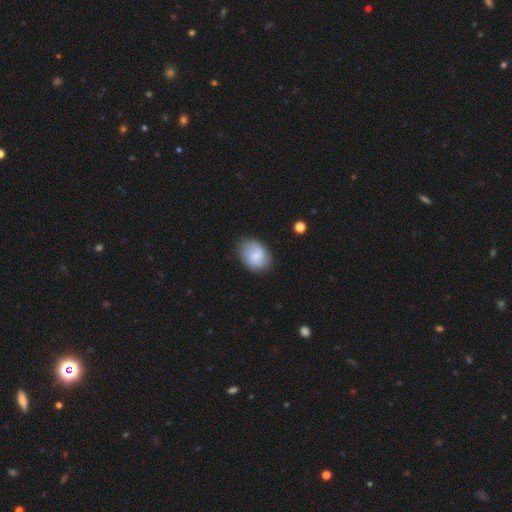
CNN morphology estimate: smooth_or_featured: smooth (p=0.68) [alt: featured or disk p=0.25]
how_rounded: in between (p=0.61) [alt: round p=0.38]
merging: none (p=0.74) [alt: minor disturbance p=0.20]